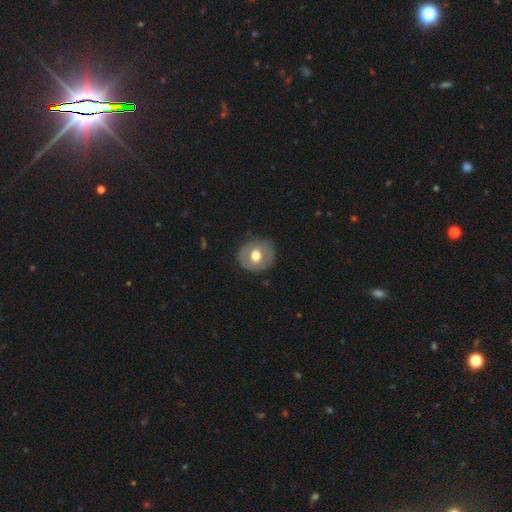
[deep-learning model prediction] Q: Smooth or featured?
A: smooth (55%); runner-up: featured or disk (38%)
Q: How rounded?
A: round (81%); runner-up: in between (18%)
Q: Merging?
A: none (82%); runner-up: minor disturbance (13%)